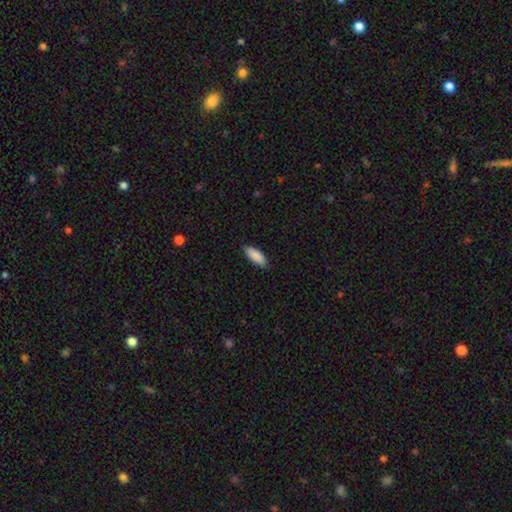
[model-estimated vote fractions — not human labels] Q: Smooth or featured?
A: smooth (90%); runner-up: star or artifact (6%)
Q: How rounded?
A: in between (74%); runner-up: cigar-shaped (25%)
Q: Merging?
A: none (87%); runner-up: minor disturbance (10%)